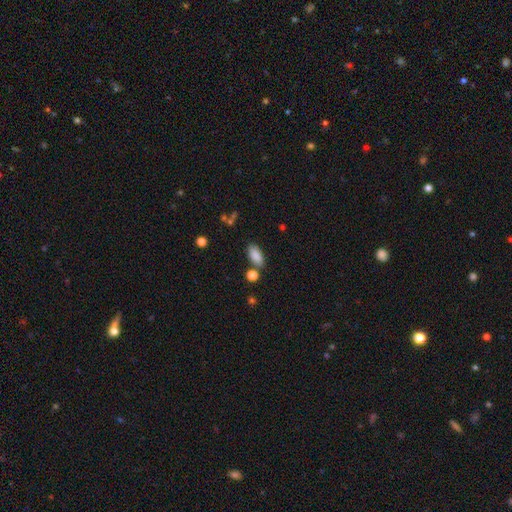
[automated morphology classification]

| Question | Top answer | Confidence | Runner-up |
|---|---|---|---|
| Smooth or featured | smooth | 87% | star or artifact (8%) |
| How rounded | in between | 91% | cigar-shaped (5%) |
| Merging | none | 75% | minor disturbance (12%) |